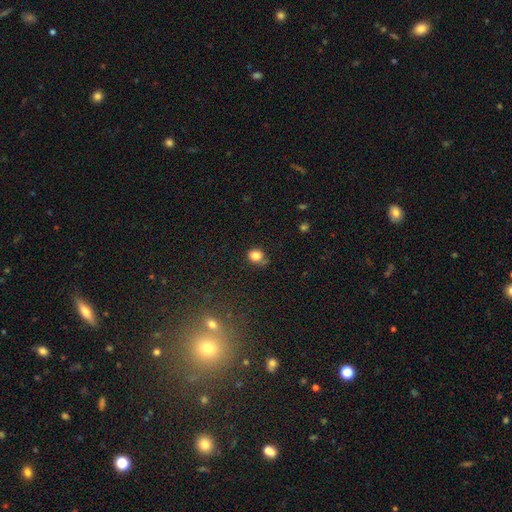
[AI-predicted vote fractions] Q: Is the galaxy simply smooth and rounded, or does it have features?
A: smooth — 83%.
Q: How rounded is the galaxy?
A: round — 66%.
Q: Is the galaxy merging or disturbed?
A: none — 64%.